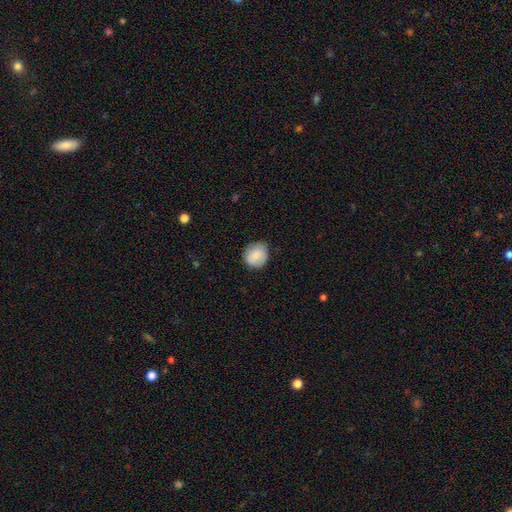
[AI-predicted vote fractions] smooth_or_featured: smooth (p=0.85) [alt: featured or disk p=0.08]
how_rounded: round (p=0.84) [alt: in between p=0.15]
merging: none (p=0.84) [alt: minor disturbance p=0.13]